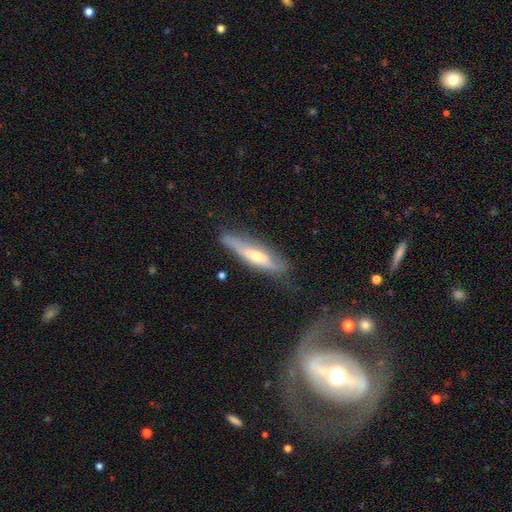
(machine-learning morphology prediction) A featured or disk galaxy (56%) viewed edge-on (74%). Merging: none (67%).